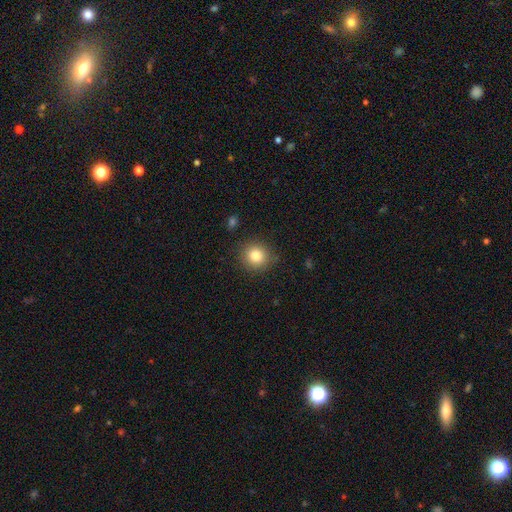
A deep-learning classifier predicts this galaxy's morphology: type=smooth (82%); roundness=round (88%); merging=none (88%).